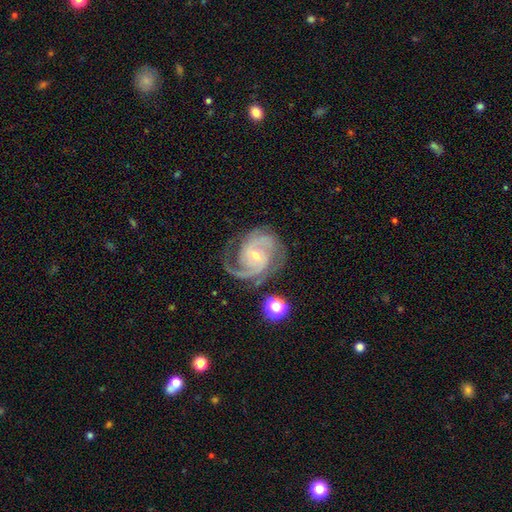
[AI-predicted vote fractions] Smooth or featured: featured or disk — 91% (star or artifact — 5%)
Edge-on disk: no — 98% (yes — 2%)
Bar: no — 47% (weak — 39%)
Spiral arms: yes — 98% (no — 2%)
Spiral winding: tight — 46% (medium — 45%)
Spiral arm count: 2 — 56% (3 — 23%)
Bulge size: small — 63% (moderate — 34%)
Merging: none — 70% (minor disturbance — 18%)